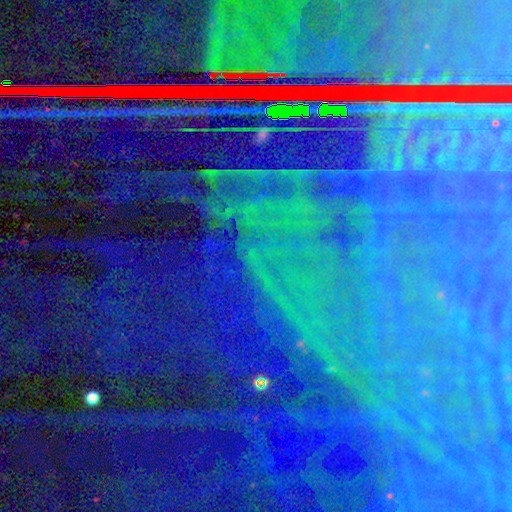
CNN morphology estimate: Smooth or featured: star or artifact — 85% (featured or disk — 8%)